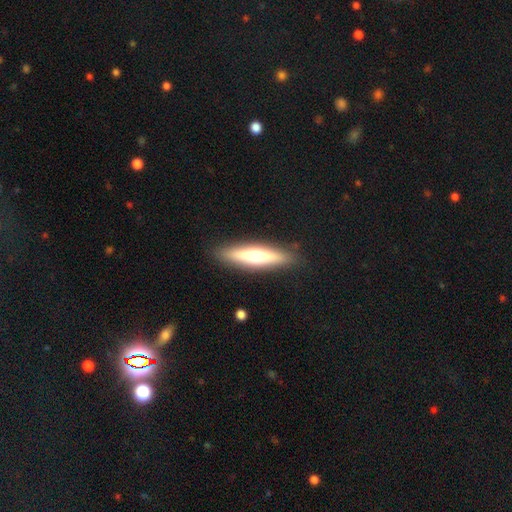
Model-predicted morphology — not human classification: This is possibly a smooth galaxy (51%). How rounded: likely cigar-shaped (79%). Merging: clearly none (88%).